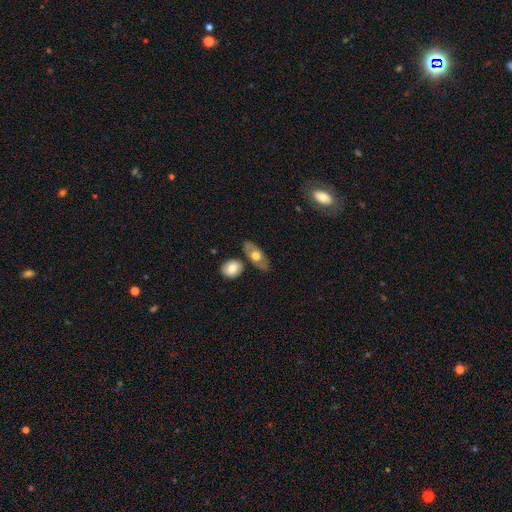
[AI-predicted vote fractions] Overall: smooth (53%; featured or disk 41%). How rounded: in between (78%). Merging: none (68%).